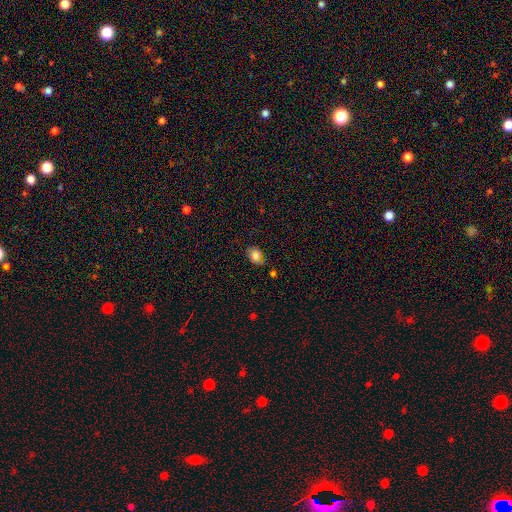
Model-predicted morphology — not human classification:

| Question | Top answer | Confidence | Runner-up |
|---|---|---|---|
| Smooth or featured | smooth | 81% | star or artifact (10%) |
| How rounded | in between | 64% | round (35%) |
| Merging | none | 66% | minor disturbance (24%) |